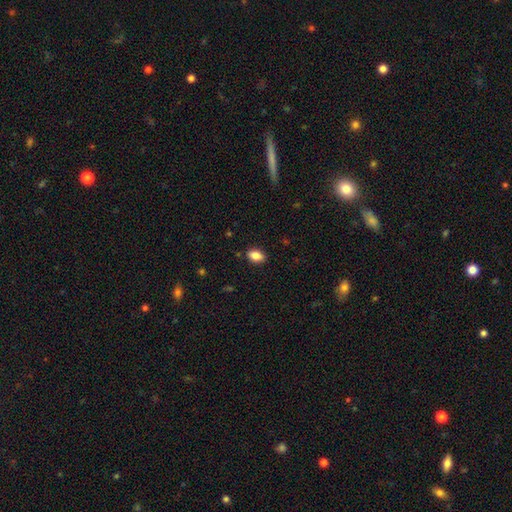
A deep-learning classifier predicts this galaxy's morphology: This is clearly a smooth galaxy (85%). How rounded: clearly in between (86%). Merging: clearly none (87%).